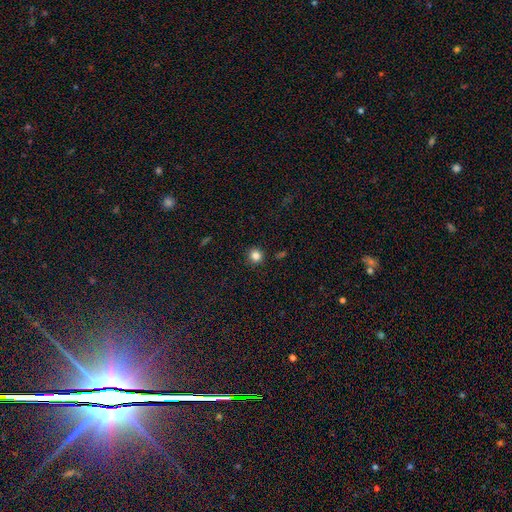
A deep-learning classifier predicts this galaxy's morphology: This is clearly a smooth galaxy (83%). How rounded: clearly round (93%). Merging: clearly none (91%).